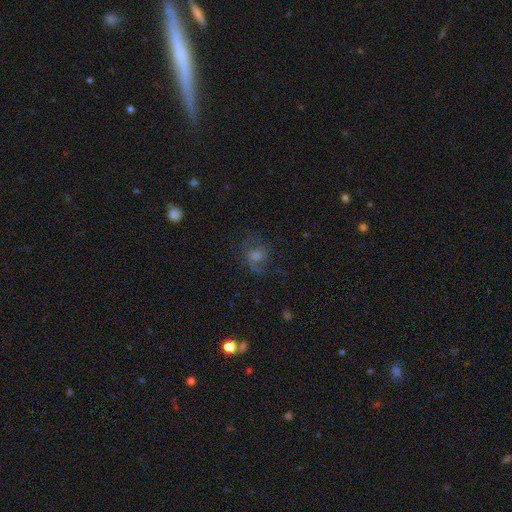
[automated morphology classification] Smooth or featured? Predicted: smooth (p=0.40). Merging? Predicted: none (p=0.54).